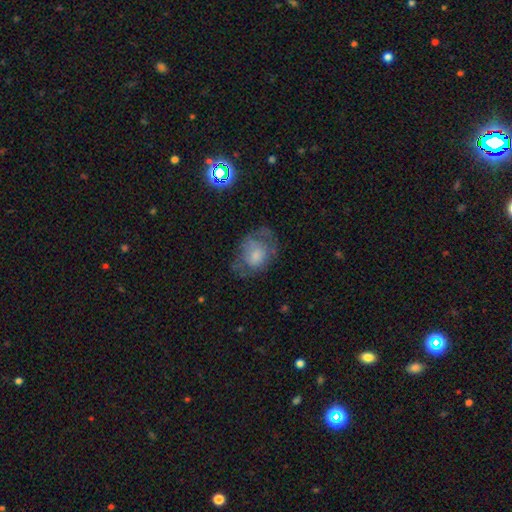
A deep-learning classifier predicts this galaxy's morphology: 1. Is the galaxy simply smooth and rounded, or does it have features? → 47% smooth, 39% featured or disk, 13% star or artifact.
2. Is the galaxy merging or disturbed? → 51% none, 25% minor disturbance, 22% major disturbance, 2% merger.